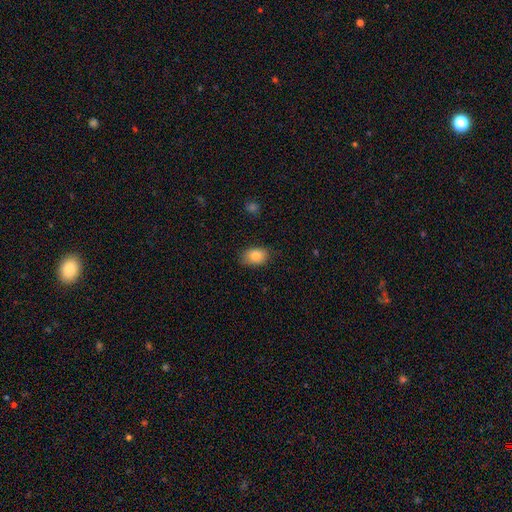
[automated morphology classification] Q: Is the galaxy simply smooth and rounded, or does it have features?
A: smooth — 83%.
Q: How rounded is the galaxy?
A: in between — 83%.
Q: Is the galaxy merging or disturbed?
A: none — 81%.